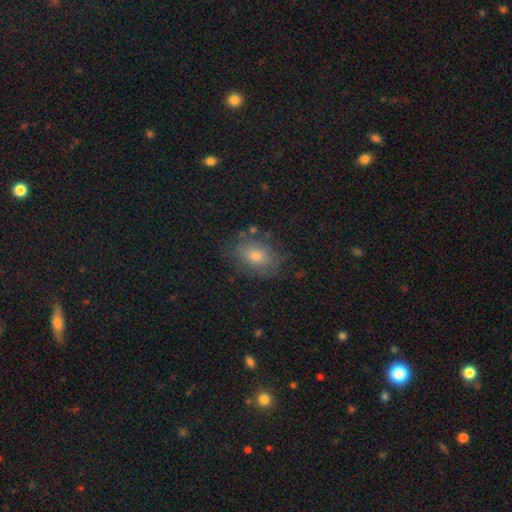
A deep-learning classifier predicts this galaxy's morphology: Overall: smooth (68%). How rounded: in between (71%). Merging: none (76%).